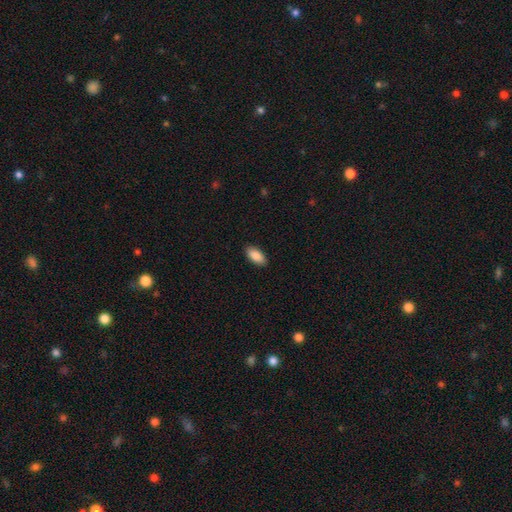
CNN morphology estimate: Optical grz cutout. It shows a smooth galaxy with no disk features (89%) that is in between round and cigar-shaped (92%). Merging: none (89%).